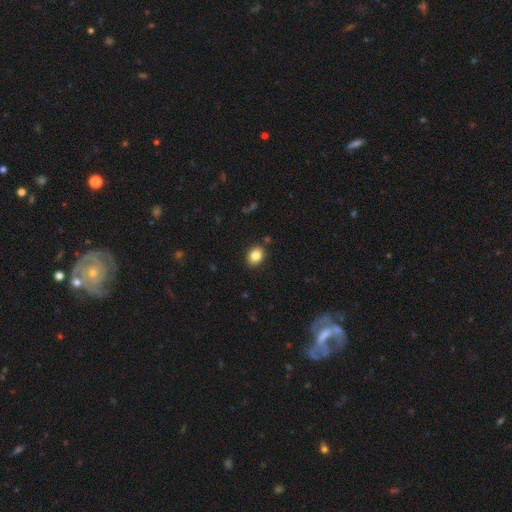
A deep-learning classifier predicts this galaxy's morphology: A smooth galaxy with no disk features (84%) that is in between round and cigar-shaped (56%). Merging: none (88%).